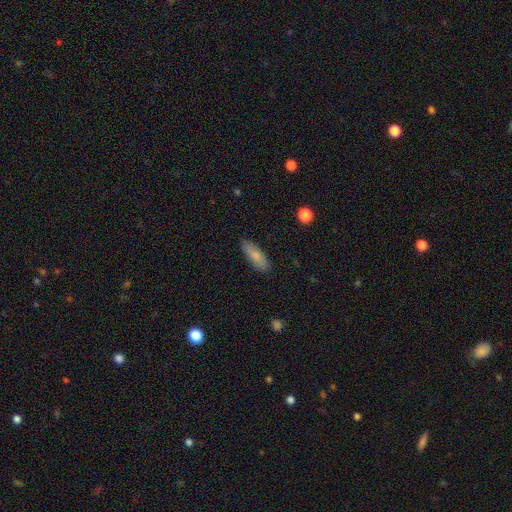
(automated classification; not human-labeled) Morphology: type=smooth (82%); roundness=in between (56%); merging=none (87%).